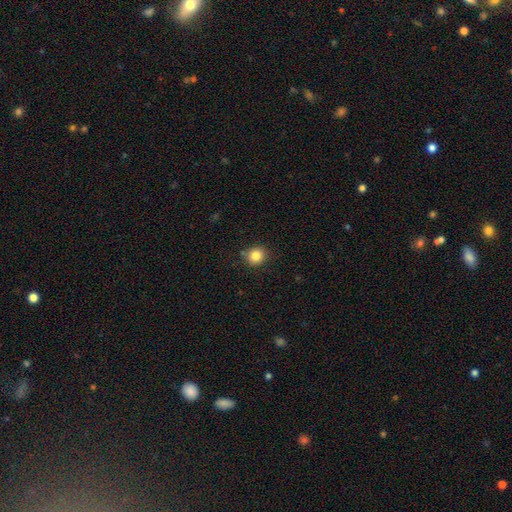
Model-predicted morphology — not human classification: This appears to be a smooth galaxy with no disk features (84%) that is round (86%). Merging: none (84%).